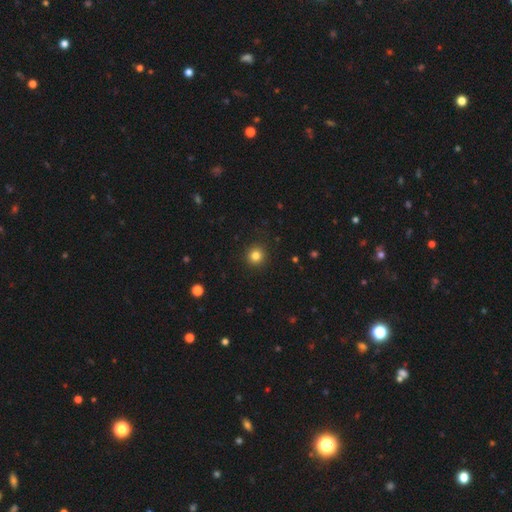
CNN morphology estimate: A smooth galaxy with no disk features (82%) that is round (94%). Merging: none (92%).